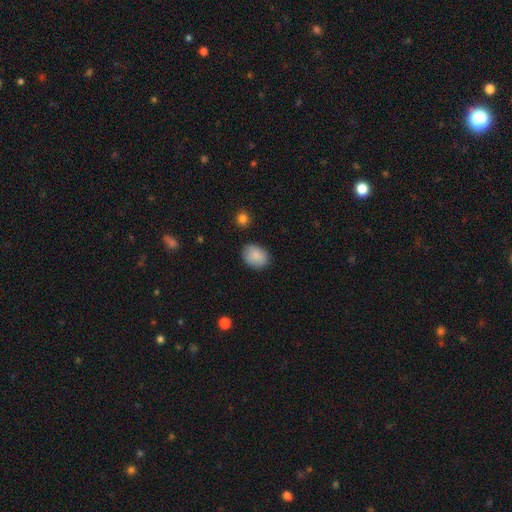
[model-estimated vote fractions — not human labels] Overall: smooth (87%). How rounded: in between (67%; round 32%). Merging: none (79%).